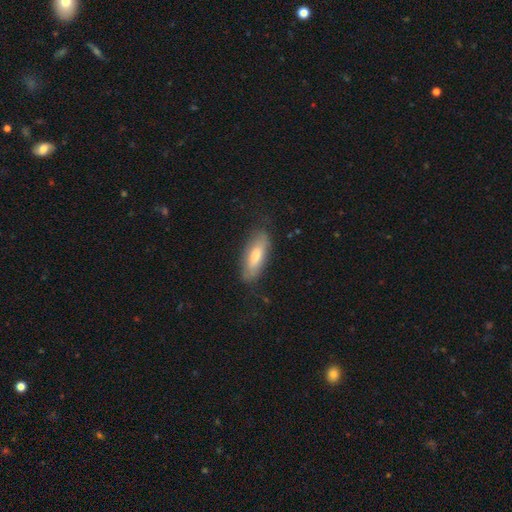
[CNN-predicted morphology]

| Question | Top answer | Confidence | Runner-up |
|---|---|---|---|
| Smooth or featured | smooth | 70% | featured or disk (24%) |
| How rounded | in between | 64% | cigar-shaped (35%) |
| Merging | none | 77% | minor disturbance (17%) |